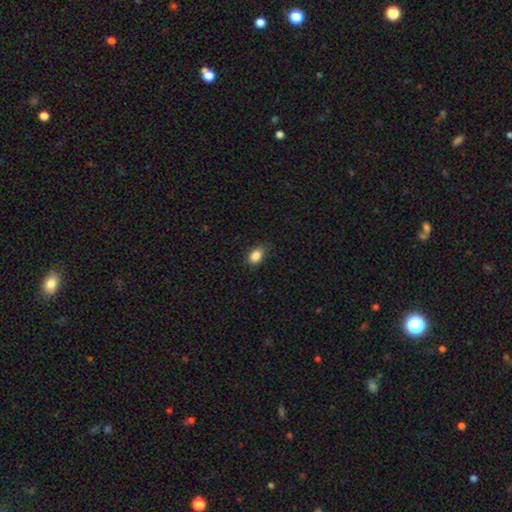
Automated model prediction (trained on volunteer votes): smooth 87%, star or artifact 9%, featured or disk 4%. Down the decision tree: how rounded — in between (83%); merging — none (79%).